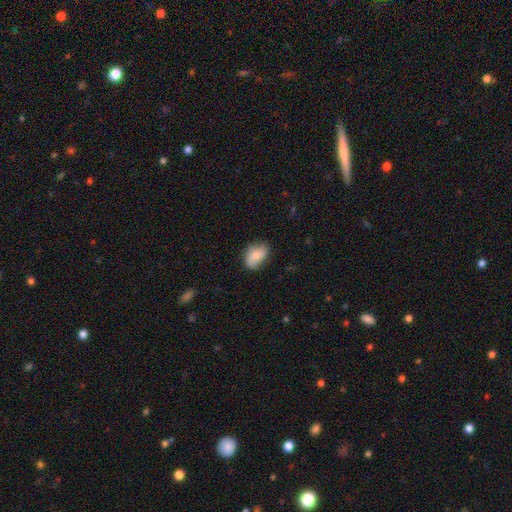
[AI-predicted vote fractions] The model was most divided on "merging": none: 69%, minor disturbance: 25%, major disturbance: 5%, merger: 1%. More confident: how rounded — in between (83%); smooth or featured — smooth (75%).